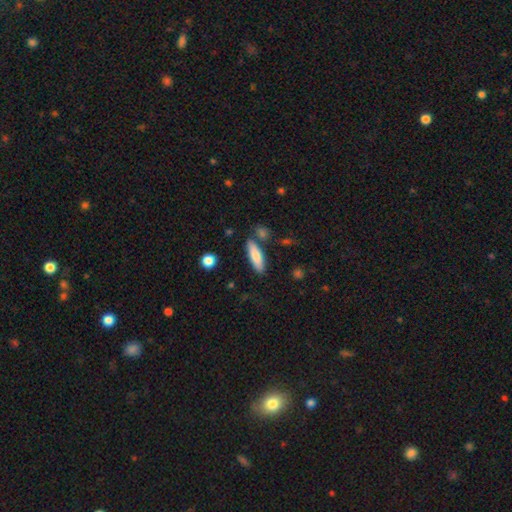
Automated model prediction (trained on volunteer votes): Smooth or featured? smooth (77%)
How rounded? cigar-shaped (58%)
Merging? none (79%)